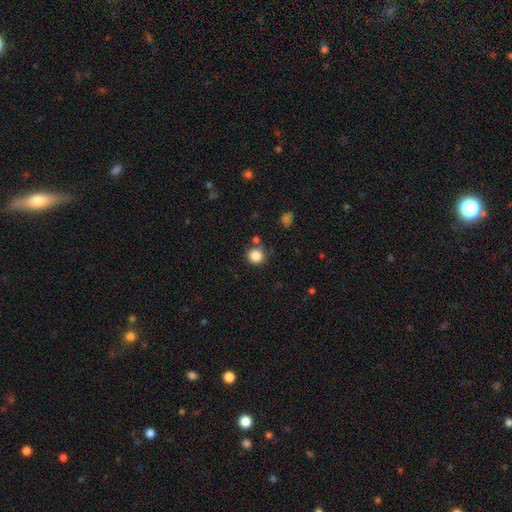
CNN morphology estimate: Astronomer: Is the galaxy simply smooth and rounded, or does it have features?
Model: smooth — 85%.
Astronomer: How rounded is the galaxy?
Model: round — 88%.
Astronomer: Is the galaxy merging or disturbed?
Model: none — 77%.